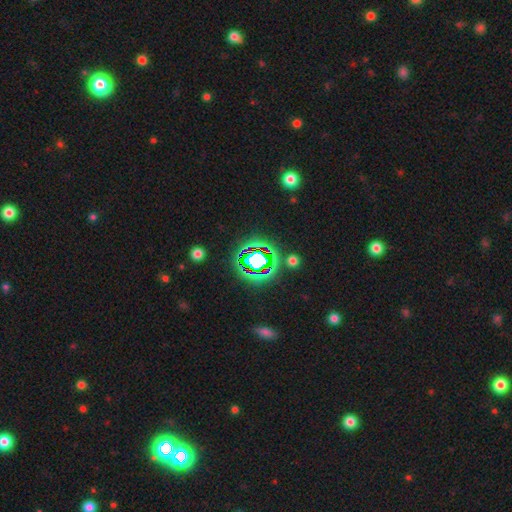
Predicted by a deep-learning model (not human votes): Morphology: type=star or artifact (71%).